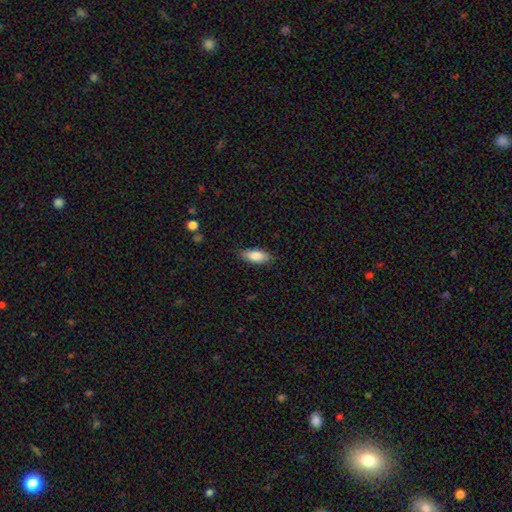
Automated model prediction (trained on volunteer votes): Overall: smooth (85%). How rounded: in between (78%). Merging: none (83%).